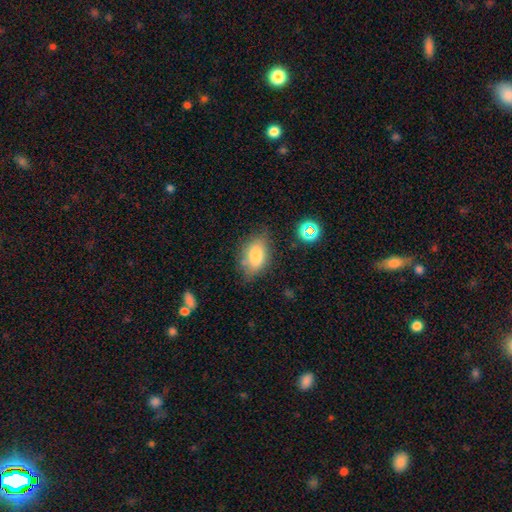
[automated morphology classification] This is likely a smooth galaxy (79%). How rounded: clearly in between (88%). Merging: likely none (67%).